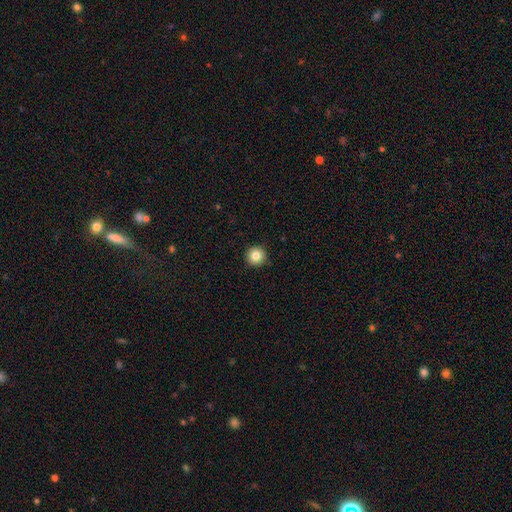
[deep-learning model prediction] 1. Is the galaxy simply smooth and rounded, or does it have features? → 83% smooth, 10% star or artifact, 6% featured or disk.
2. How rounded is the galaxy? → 96% round, 3% in between, 1% cigar-shaped.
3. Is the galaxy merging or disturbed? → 93% none, 5% minor disturbance, 1% major disturbance, 1% merger.